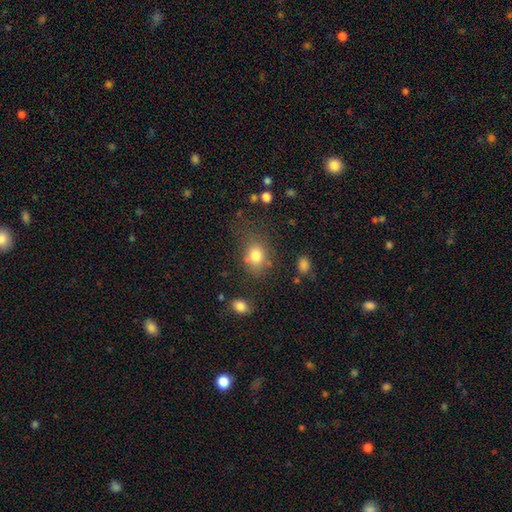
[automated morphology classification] Q: Smooth or featured?
A: smooth (79%); runner-up: star or artifact (12%)
Q: How rounded?
A: round (53%); runner-up: in between (46%)
Q: Merging?
A: none (67%); runner-up: minor disturbance (18%)